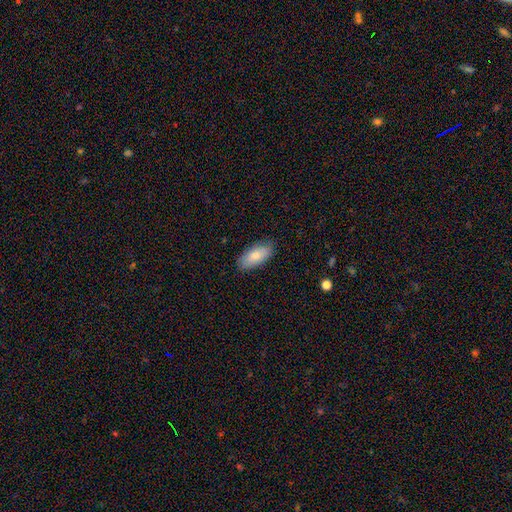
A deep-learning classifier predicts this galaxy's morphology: The model was most divided on "smooth or featured": smooth: 82%, featured or disk: 13%, star or artifact: 6%. More confident: how rounded — in between (90%); merging — none (85%).